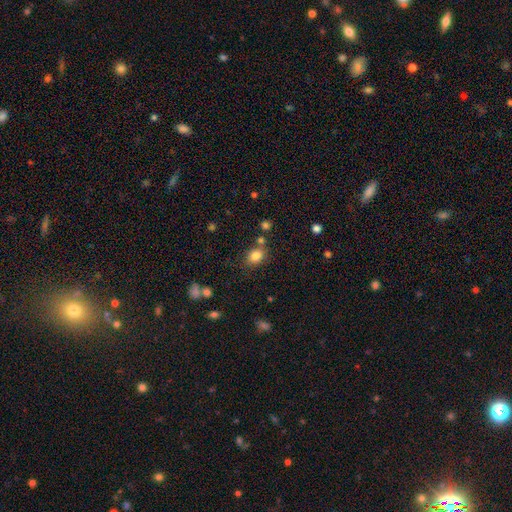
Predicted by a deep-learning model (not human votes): This appears to be a smooth galaxy with no disk features (82%) that is in between round and cigar-shaped (61%). Merging: none (72%).